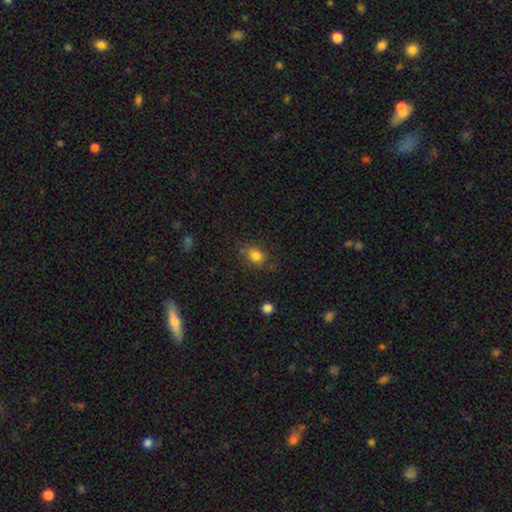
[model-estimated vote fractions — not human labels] Smooth or featured?
  - smooth: 80% *
  - star or artifact: 12%
  - featured or disk: 8%
How rounded?
  - in between: 58% *
  - round: 40%
  - cigar-shaped: 2%
Merging?
  - none: 70% *
  - minor disturbance: 20%
  - major disturbance: 7%
  - merger: 3%